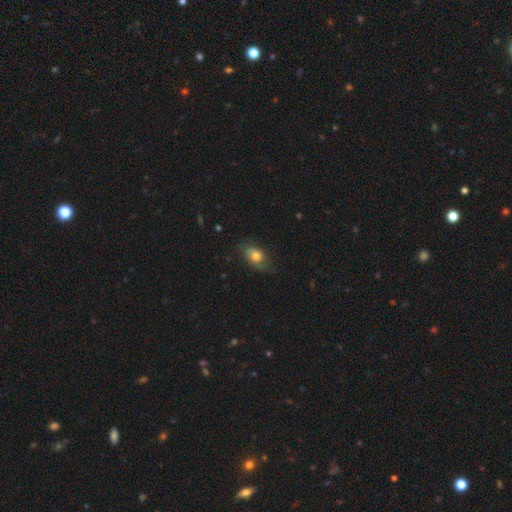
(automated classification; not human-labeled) Smooth or featured? smooth (70%)
How rounded? in between (78%)
Merging? none (67%)